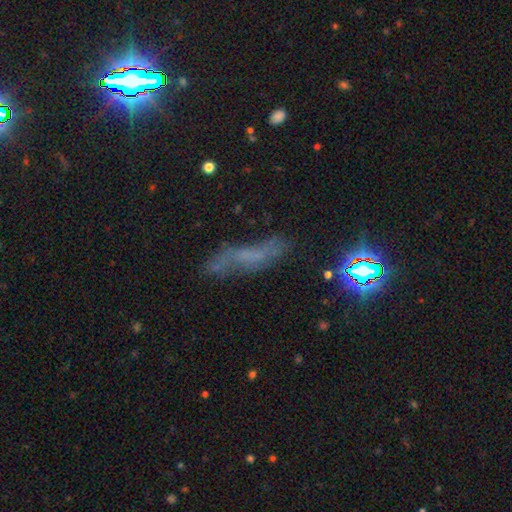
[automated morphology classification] A featured or disk galaxy (39%). Merging: none (58%).